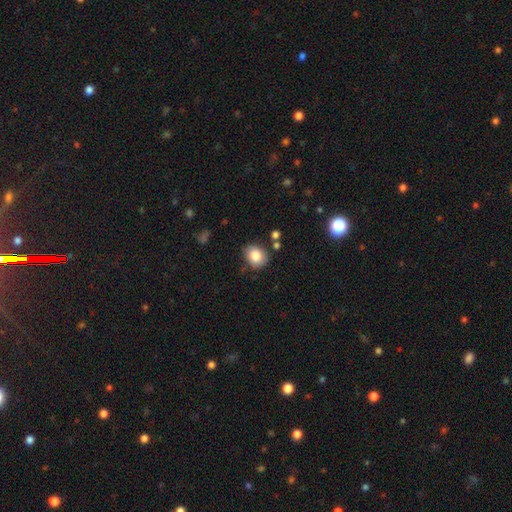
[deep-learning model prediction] Morphology: type=smooth (83%); roundness=round (59%); merging=none (81%).